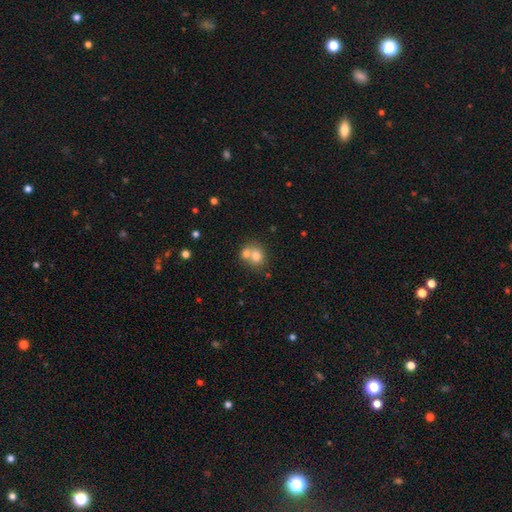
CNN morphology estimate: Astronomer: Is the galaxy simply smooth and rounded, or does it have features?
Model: smooth — 73%.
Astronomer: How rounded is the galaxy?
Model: round — 72%.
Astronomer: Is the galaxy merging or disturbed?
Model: merger — 57% (runner-up: none, 34%).